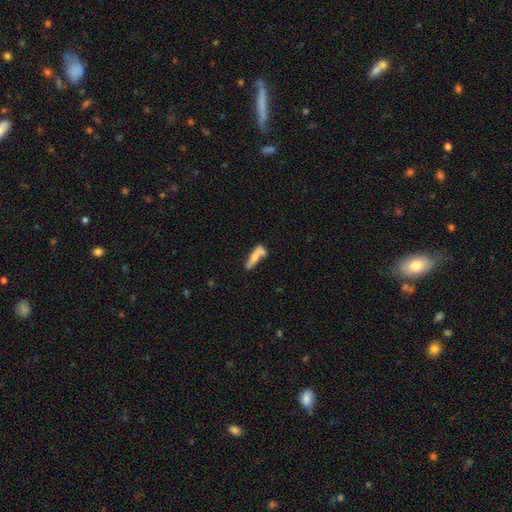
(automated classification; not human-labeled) This is possibly a smooth galaxy (54%). How rounded: likely cigar-shaped (62%). Merging: marginally none (36%).